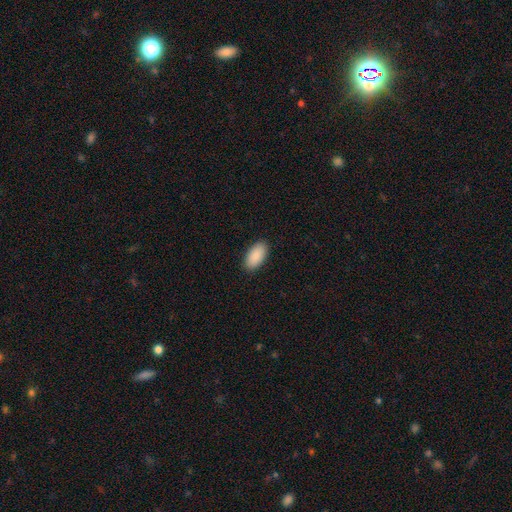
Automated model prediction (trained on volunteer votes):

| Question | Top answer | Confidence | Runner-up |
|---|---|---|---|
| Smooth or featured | smooth | 91% | star or artifact (6%) |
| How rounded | in between | 95% | cigar-shaped (3%) |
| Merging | none | 90% | minor disturbance (7%) |